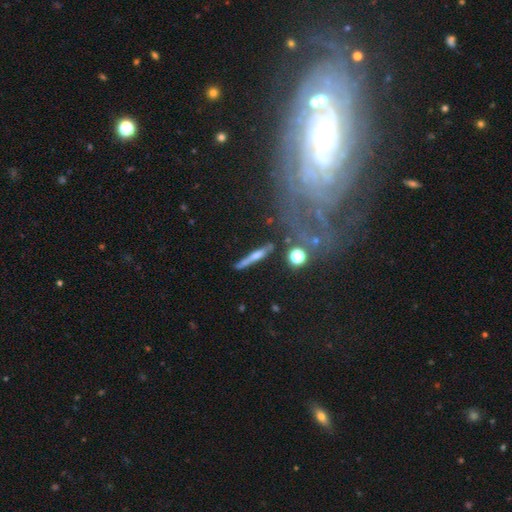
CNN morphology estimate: Smooth or featured? featured or disk (53%)
Edge-on disk? yes (86%)
Merging? none (79%)